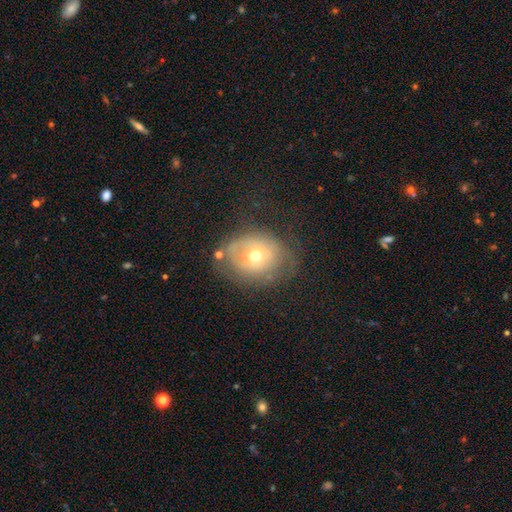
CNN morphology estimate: type=smooth (45%); merging=none (53%).